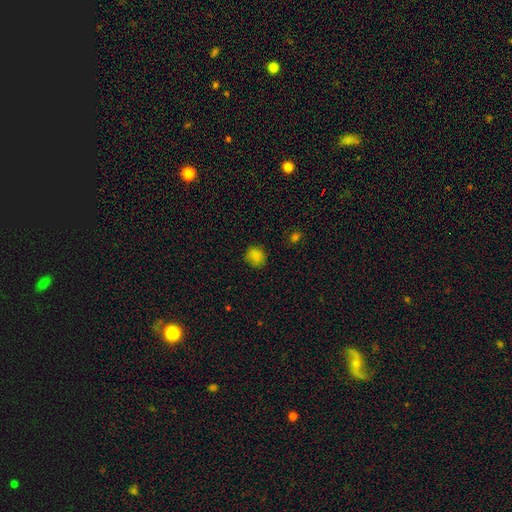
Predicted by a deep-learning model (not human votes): A smooth galaxy with no disk features (83%) that is round (77%).

Vote fractions:
- Smooth or featured? smooth: 83% / star or artifact: 12% / featured or disk: 5%
- How rounded? round: 77% / in between: 22% / cigar-shaped: 1%
- Merging? none: 84% / minor disturbance: 12% / major disturbance: 3% / merger: 1%